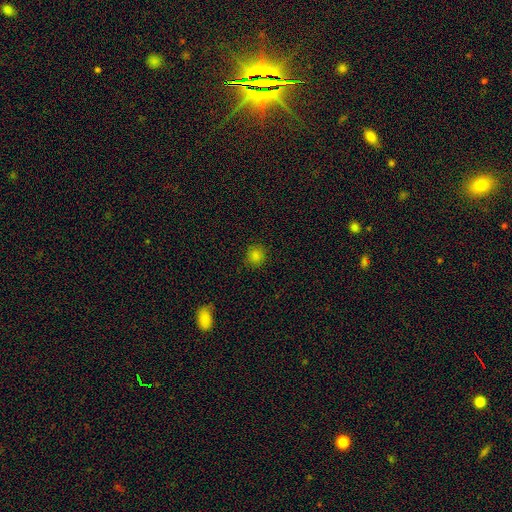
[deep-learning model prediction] This is clearly a smooth galaxy (82%). How rounded: clearly round (88%). Merging: clearly none (88%).